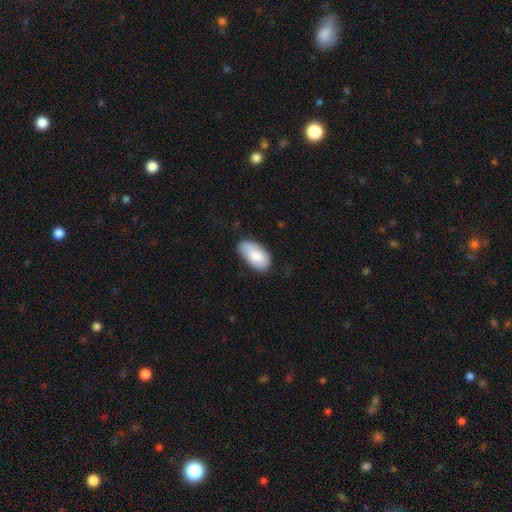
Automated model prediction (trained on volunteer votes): A smooth galaxy with no disk features (82%) that is in between round and cigar-shaped (95%). Merging: none (63%).